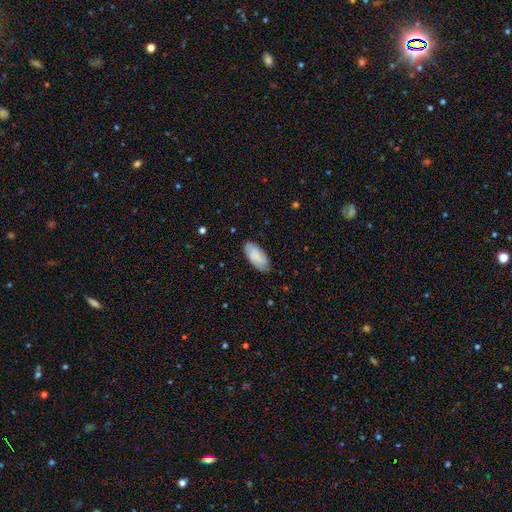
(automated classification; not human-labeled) Q: Smooth or featured?
A: smooth (76%); runner-up: featured or disk (17%)
Q: How rounded?
A: in between (90%); runner-up: cigar-shaped (8%)
Q: Merging?
A: none (81%); runner-up: minor disturbance (15%)